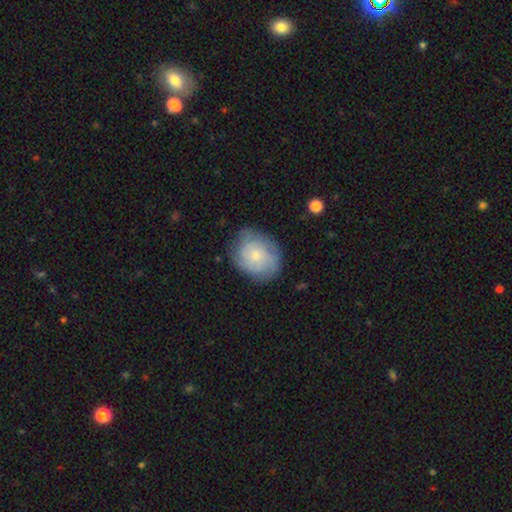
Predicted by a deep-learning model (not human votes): smooth_or_featured: featured or disk (p=0.51) [alt: smooth p=0.41]
disk_edge_on: no (p=0.97) [alt: yes p=0.03]
merging: none (p=0.71) [alt: minor disturbance p=0.21]